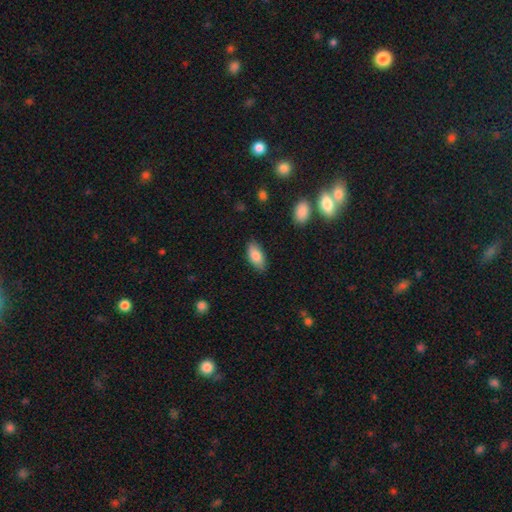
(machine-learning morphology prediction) Smooth or featured? Predicted: smooth (p=0.83). How rounded? Predicted: in between (p=0.88). Merging? Predicted: none (p=0.84).